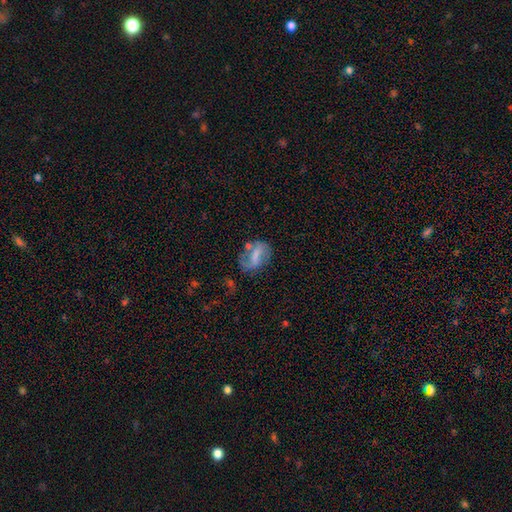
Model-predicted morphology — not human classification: This is possibly a featured or disk galaxy (56%). It is clearly not viewed edge-on (96%). Bar: marginally strong (43%). Spiral arm pattern: likely yes (67%). Central bulge: marginally none (41%). Merging: possibly none (53%).